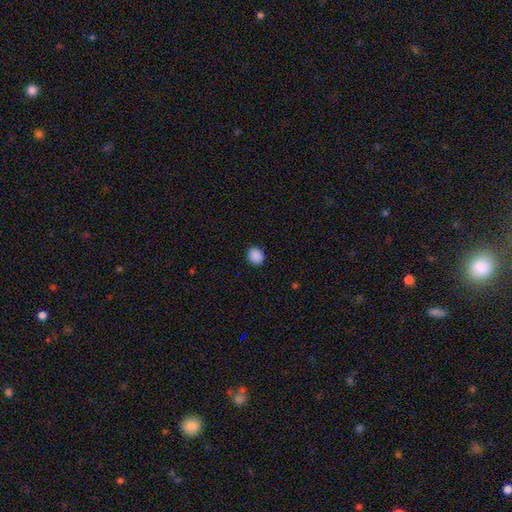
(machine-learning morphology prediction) Smooth or featured? smooth (89%)
How rounded? round (72%)
Merging? none (90%)